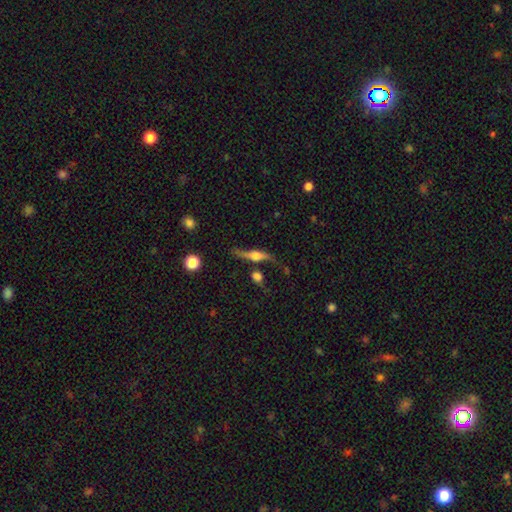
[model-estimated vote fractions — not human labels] Smooth or featured: featured or disk — 70% (smooth — 22%)
Edge-on disk: yes — 81% (no — 19%)
Edge-on bulge: rounded — 91% (boxy — 5%)
Merging: none — 59% (minor disturbance — 20%)